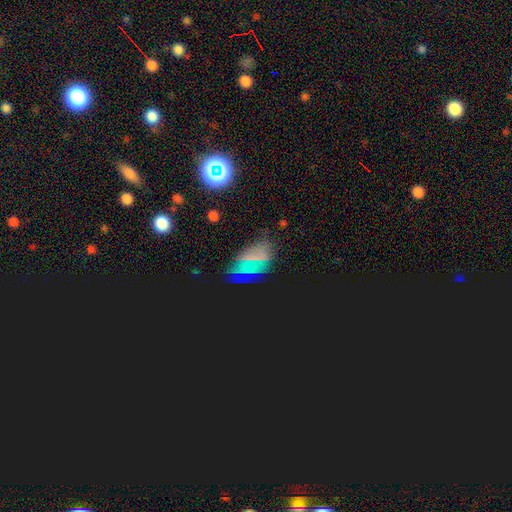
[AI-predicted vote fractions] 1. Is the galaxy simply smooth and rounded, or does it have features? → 47% star or artifact, 32% smooth, 21% featured or disk.